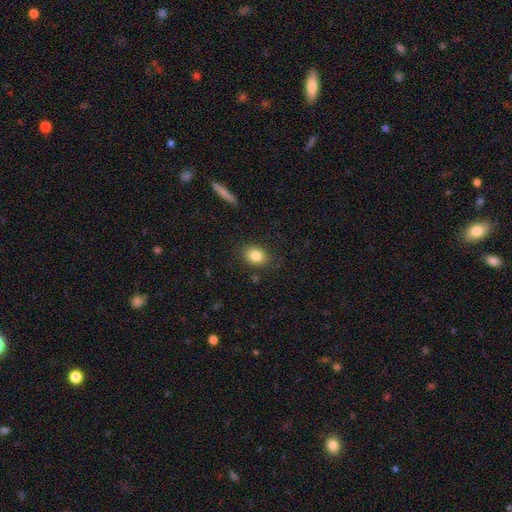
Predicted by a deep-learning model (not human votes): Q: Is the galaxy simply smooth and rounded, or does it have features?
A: smooth — 83%.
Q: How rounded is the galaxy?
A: in between — 65%.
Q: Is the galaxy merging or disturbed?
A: none — 85%.